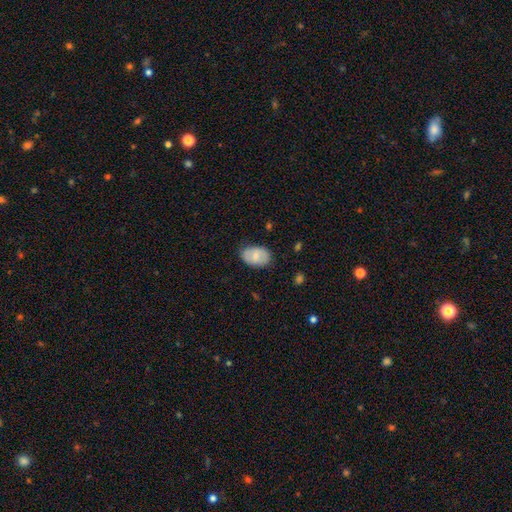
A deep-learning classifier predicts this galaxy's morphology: Q: Smooth or featured?
A: smooth (64%); runner-up: featured or disk (29%)
Q: How rounded?
A: in between (88%); runner-up: round (11%)
Q: Merging?
A: none (75%); runner-up: minor disturbance (20%)